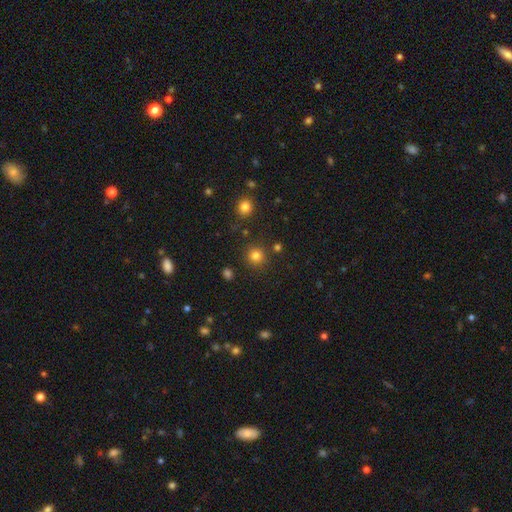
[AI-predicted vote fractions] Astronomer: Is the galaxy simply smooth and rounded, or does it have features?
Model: smooth — 80%.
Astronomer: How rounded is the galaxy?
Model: round — 92%.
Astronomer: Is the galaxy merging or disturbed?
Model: none — 86%.